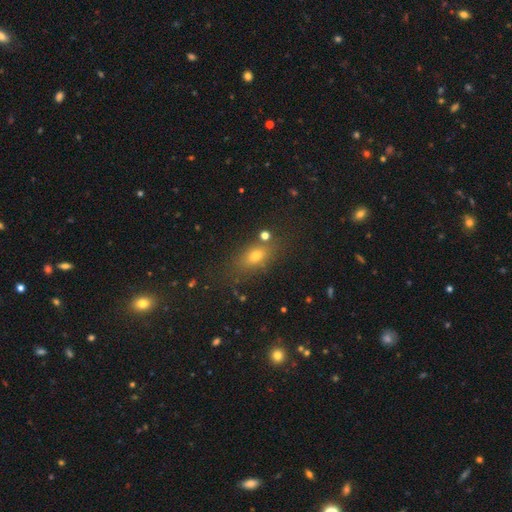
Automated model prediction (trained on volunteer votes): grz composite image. It shows a smooth galaxy with no disk features (69%) that is in between round and cigar-shaped (70%). Merging: none (76%).